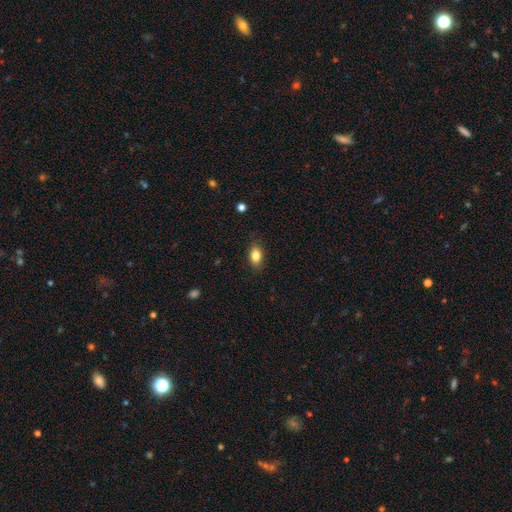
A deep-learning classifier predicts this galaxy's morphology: smooth_or_featured: smooth (p=0.83) [alt: featured or disk p=0.09]
how_rounded: in between (p=0.85) [alt: round p=0.12]
merging: none (p=0.86) [alt: minor disturbance p=0.11]